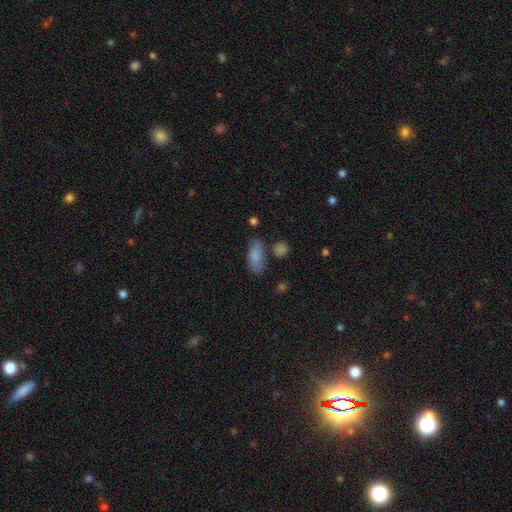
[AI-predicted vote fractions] Smooth or featured: smooth — 84% (featured or disk — 9%)
How rounded: in between — 87% (cigar-shaped — 10%)
Merging: none — 66% (minor disturbance — 22%)